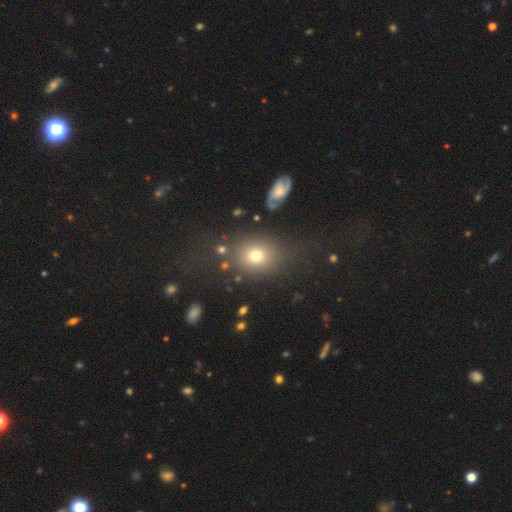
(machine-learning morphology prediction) This is likely a smooth galaxy (74%). How rounded: likely round (63%). Merging: likely none (75%).